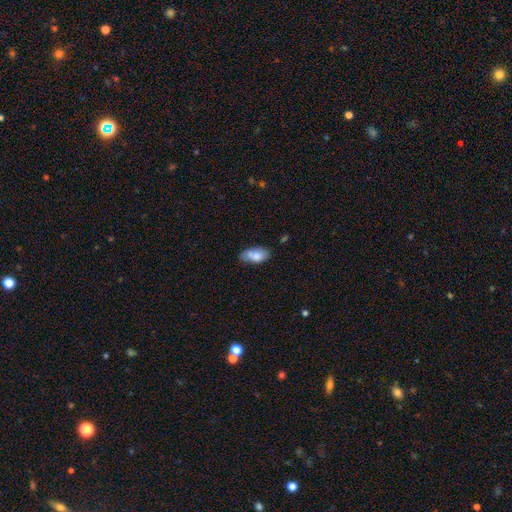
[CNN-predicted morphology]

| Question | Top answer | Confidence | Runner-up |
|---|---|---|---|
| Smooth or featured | smooth | 79% | featured or disk (14%) |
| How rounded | in between | 91% | cigar-shaped (6%) |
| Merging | none | 61% | minor disturbance (28%) |